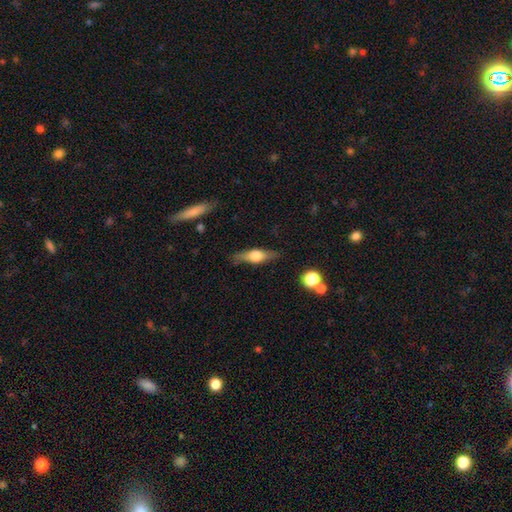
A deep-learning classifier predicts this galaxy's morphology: Q: Smooth or featured?
A: featured or disk (55%); runner-up: smooth (38%)
Q: Edge-on disk?
A: yes (92%); runner-up: no (8%)
Q: Edge-on bulge?
A: rounded (92%); runner-up: boxy (6%)
Q: Merging?
A: none (84%); runner-up: minor disturbance (11%)